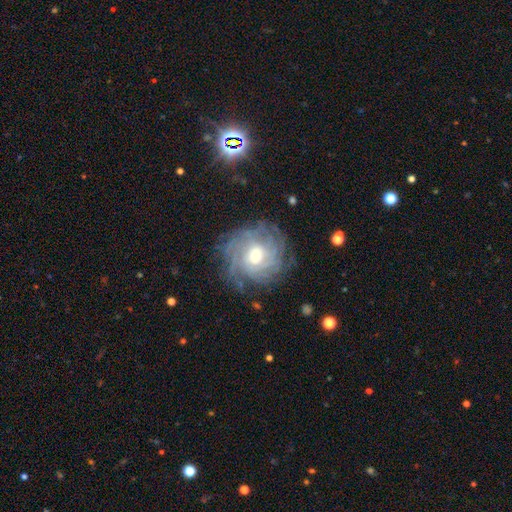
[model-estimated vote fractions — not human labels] Smooth or featured?
  - featured or disk: 82% *
  - smooth: 10%
  - star or artifact: 8%
Edge-on disk?
  - no: 97% *
  - yes: 3%
Bar?
  - no: 52% *
  - weak: 39%
  - strong: 9%
Spiral arms?
  - yes: 93% *
  - no: 7%
Spiral winding?
  - tight: 72% *
  - medium: 21%
  - loose: 7%
Spiral arm count?
  - can't tell: 43% *
  - more than 4: 20%
  - 4: 14%
  - 3: 9%
  - 2: 8%
  - 1: 6%
Bulge size?
  - moderate: 55% *
  - small: 39%
  - large: 5%
  - none: 1%
  - dominant: 1%
Merging?
  - none: 78% *
  - minor disturbance: 14%
  - major disturbance: 7%
  - merger: 1%